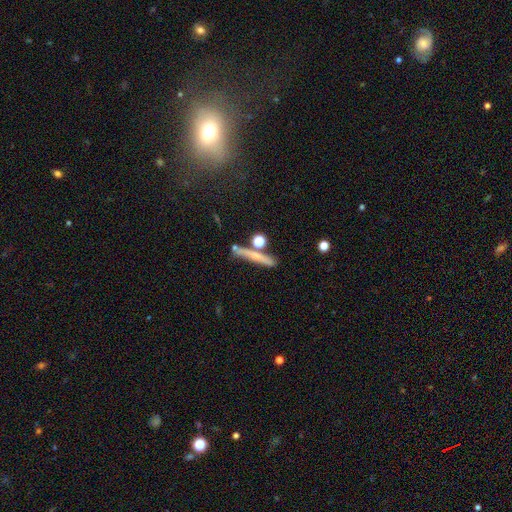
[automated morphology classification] The model was most divided on "smooth or featured": smooth: 54%, featured or disk: 35%, star or artifact: 11%. More confident: how rounded — cigar-shaped (83%); merging — none (71%).